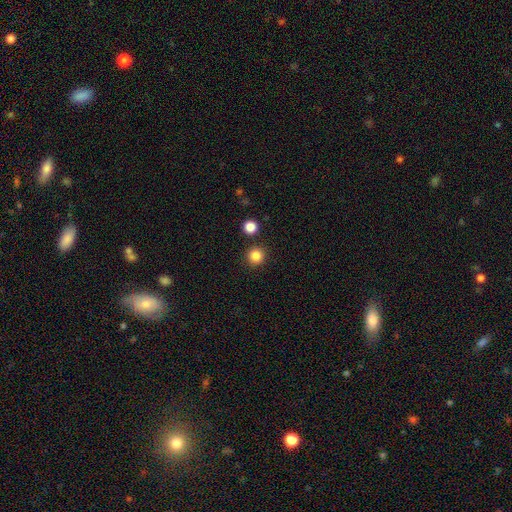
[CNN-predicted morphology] Smooth or featured?
  - smooth: 85% *
  - star or artifact: 11%
  - featured or disk: 4%
How rounded?
  - round: 94% *
  - in between: 5%
  - cigar-shaped: 1%
Merging?
  - none: 89% *
  - minor disturbance: 5%
  - merger: 4%
  - major disturbance: 2%